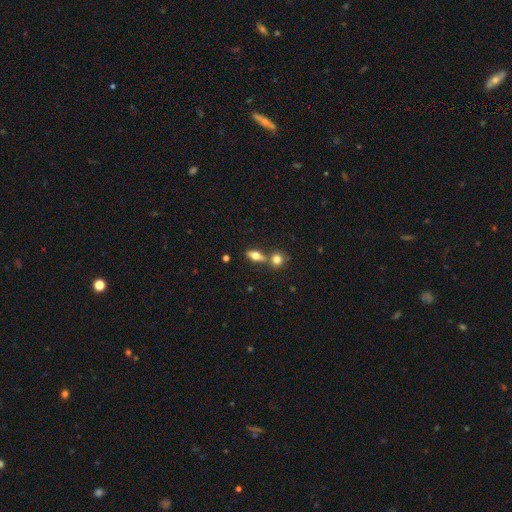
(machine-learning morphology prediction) type=smooth (57%); roundness=in between (65%); merging=none (59%).